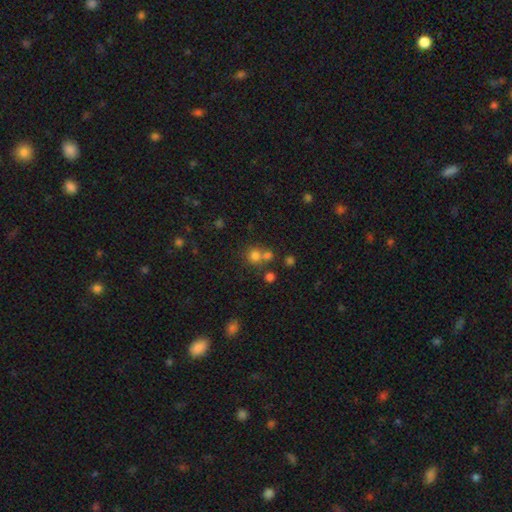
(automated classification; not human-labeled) Overall: smooth (71%). How rounded: round (86%). Merging: none (54%; merger 35%).